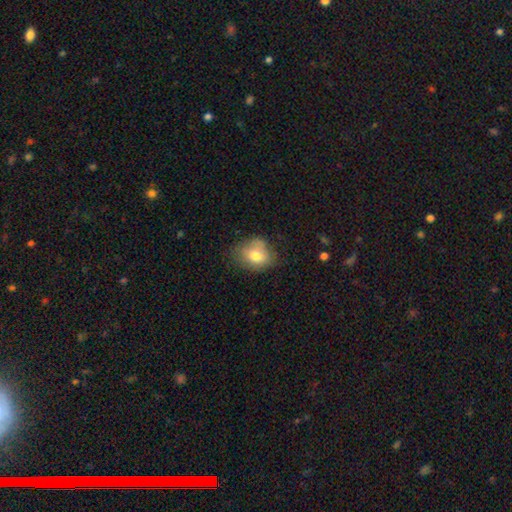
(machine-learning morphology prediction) smooth-or-featured: smooth: 74% | featured or disk: 17% | star or artifact: 9%
  how-rounded: in between: 55% | round: 44% | cigar-shaped: 1%
  merging: none: 55% | minor disturbance: 31% | major disturbance: 10% | merger: 4%